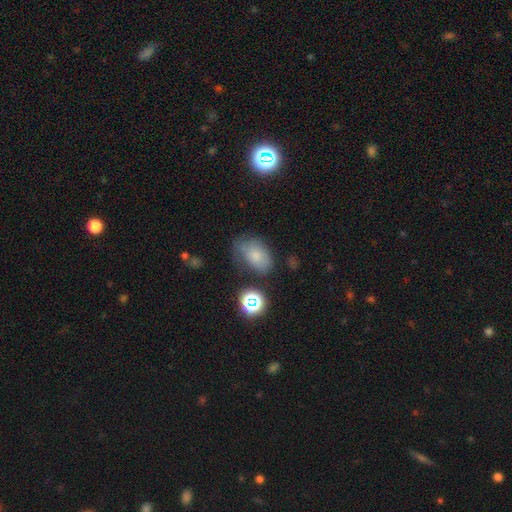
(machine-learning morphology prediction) type=smooth (71%); roundness=in between (85%); merging=none (54%).